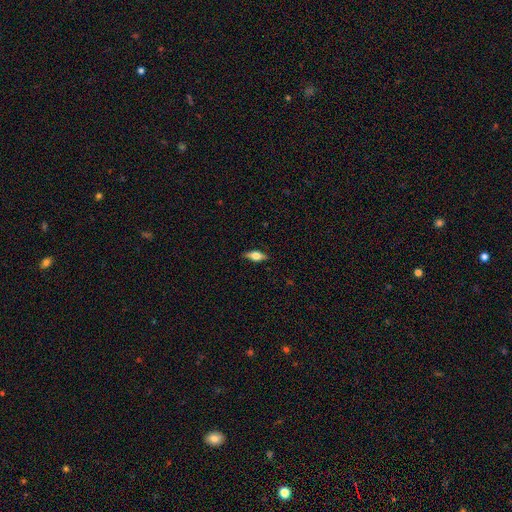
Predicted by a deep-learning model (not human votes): Smooth or featured?
  - smooth: 53% *
  - featured or disk: 40%
  - star or artifact: 8%
How rounded?
  - in between: 70% *
  - cigar-shaped: 26%
  - round: 4%
Merging?
  - none: 86% *
  - minor disturbance: 11%
  - major disturbance: 2%
  - merger: 1%